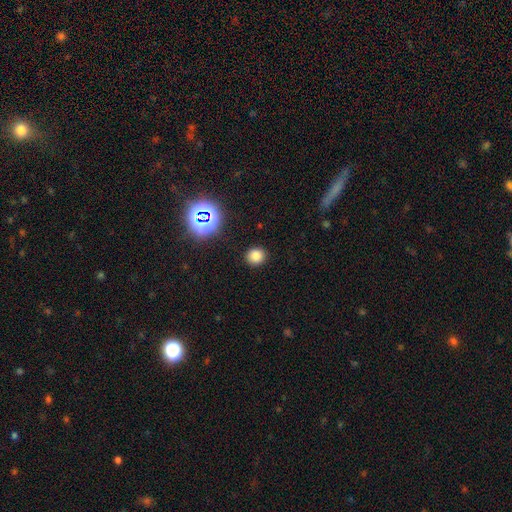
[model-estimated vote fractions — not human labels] Smooth or featured? Predicted: smooth (p=0.79). How rounded? Predicted: round (p=0.85). Merging? Predicted: none (p=0.90).